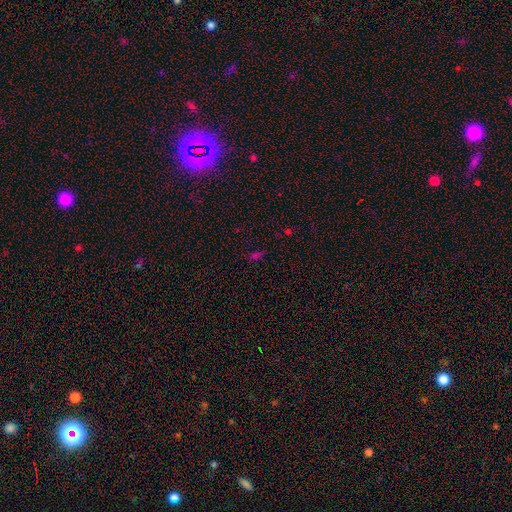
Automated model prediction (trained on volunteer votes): Smooth or featured?
  - smooth: 51% *
  - star or artifact: 41%
  - featured or disk: 8%
How rounded?
  - in between: 72% *
  - round: 14%
  - cigar-shaped: 14%
Merging?
  - none: 72% *
  - minor disturbance: 16%
  - major disturbance: 7%
  - merger: 5%